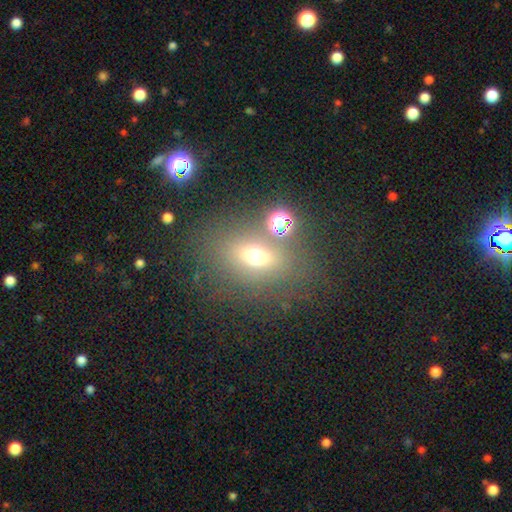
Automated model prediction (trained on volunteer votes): smooth_or_featured: smooth (p=0.63) [alt: star or artifact p=0.21]
how_rounded: in between (p=0.60) [alt: round p=0.37]
merging: none (p=0.68) [alt: minor disturbance p=0.12]